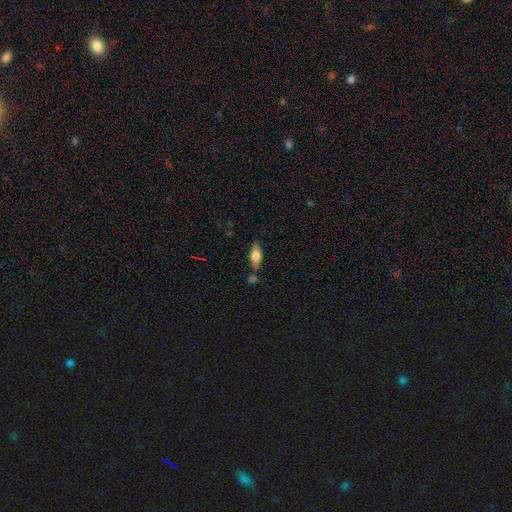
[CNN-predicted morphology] This is likely a smooth galaxy (69%). How rounded: likely in between (73%). Merging: likely none (65%).